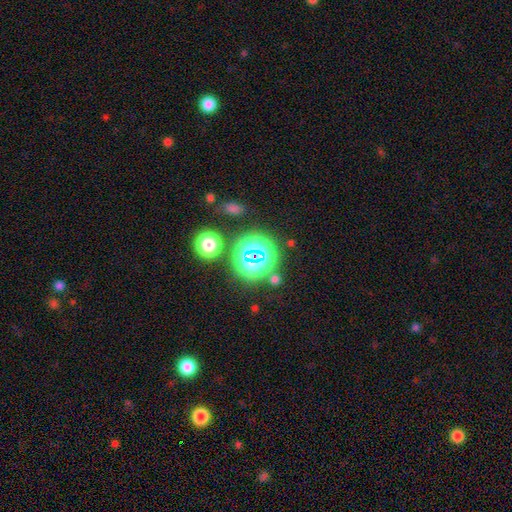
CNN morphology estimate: This appears to be a star or artifact, not a galaxy (64%).